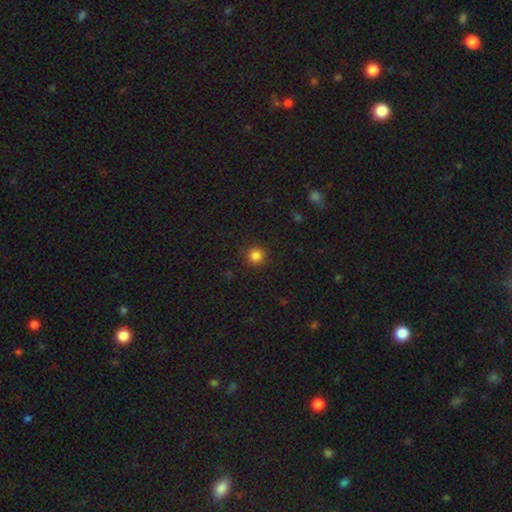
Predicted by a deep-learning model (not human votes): Smooth or featured: smooth — 84% (star or artifact — 12%)
How rounded: round — 94% (in between — 5%)
Merging: none — 91% (minor disturbance — 6%)